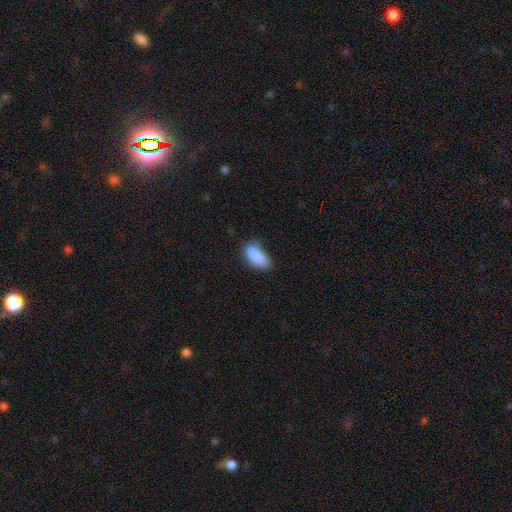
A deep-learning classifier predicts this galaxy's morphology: A smooth galaxy with no disk features (87%) that is in between round and cigar-shaped (84%).

Vote fractions:
- Smooth or featured? smooth: 87% / star or artifact: 8% / featured or disk: 5%
- How rounded? in between: 84% / cigar-shaped: 14% / round: 2%
- Merging? none: 62% / minor disturbance: 29% / major disturbance: 7% / merger: 2%